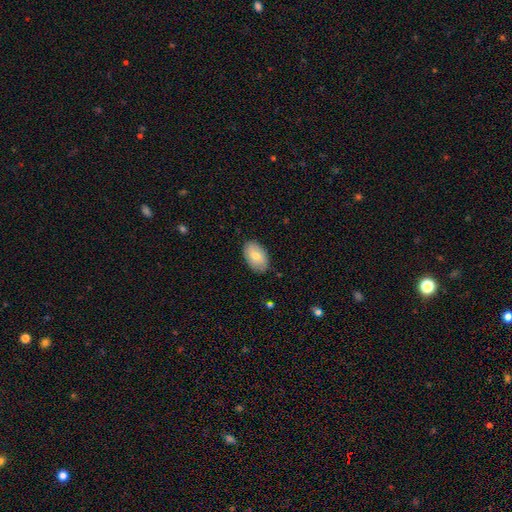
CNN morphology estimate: This appears to be a smooth galaxy with no disk features (71%) that is in between round and cigar-shaped (93%). Merging: none (85%).